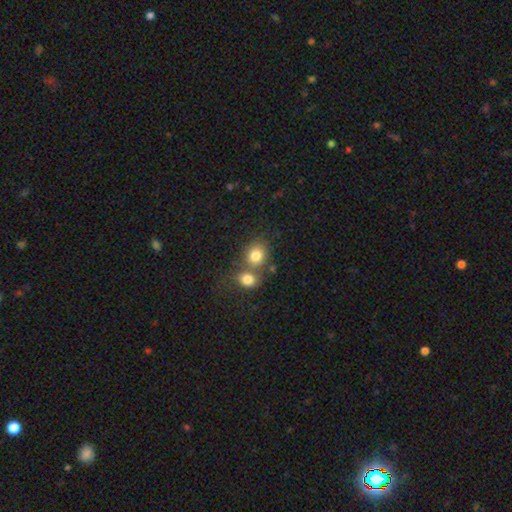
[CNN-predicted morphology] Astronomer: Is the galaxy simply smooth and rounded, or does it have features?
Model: smooth — 81%.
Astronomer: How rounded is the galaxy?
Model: round — 74%.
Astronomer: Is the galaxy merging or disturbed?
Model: none — 45% (runner-up: merger, 43%).